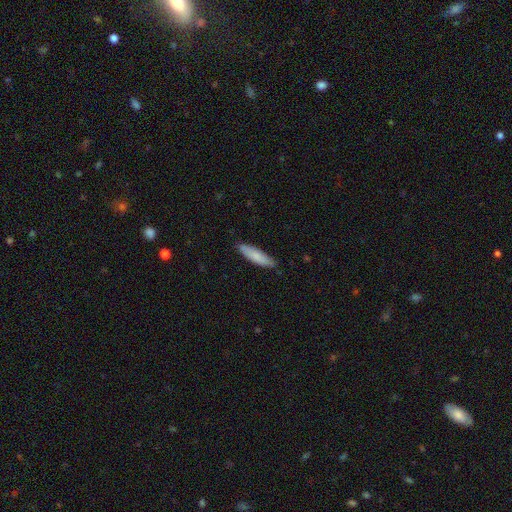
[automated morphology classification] Smooth or featured? Predicted: smooth (p=0.82). How rounded? Predicted: cigar-shaped (p=0.68). Merging? Predicted: none (p=0.84).